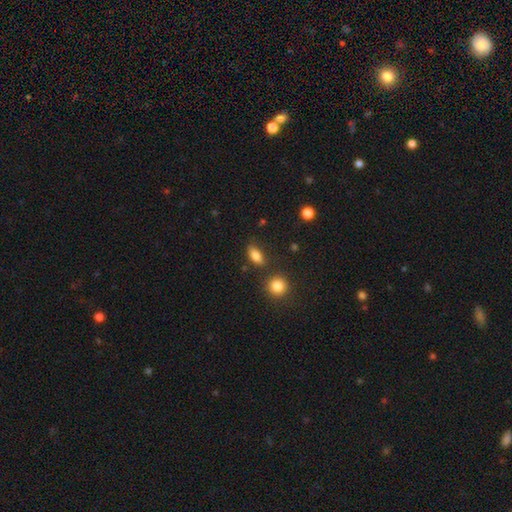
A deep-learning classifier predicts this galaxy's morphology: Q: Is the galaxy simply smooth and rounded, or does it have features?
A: smooth — 83%.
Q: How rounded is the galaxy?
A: in between — 81%.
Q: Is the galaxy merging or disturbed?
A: none — 77%.